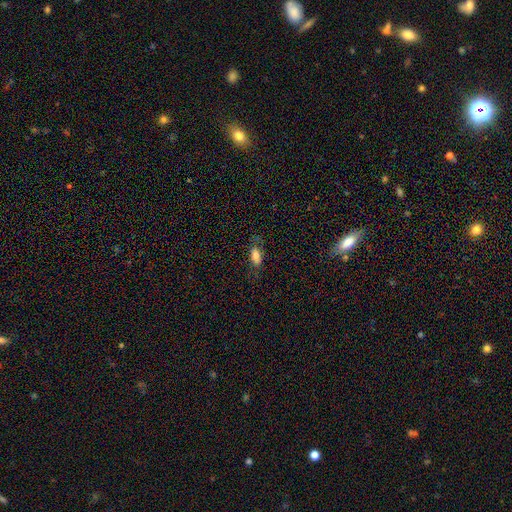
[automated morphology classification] A smooth galaxy with no disk features (78%) that is in between round and cigar-shaped (86%). Merging: none (70%).